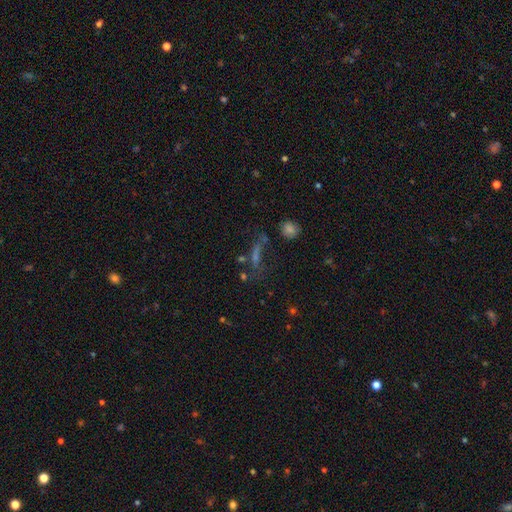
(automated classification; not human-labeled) A star or artifact, not a galaxy (40%).